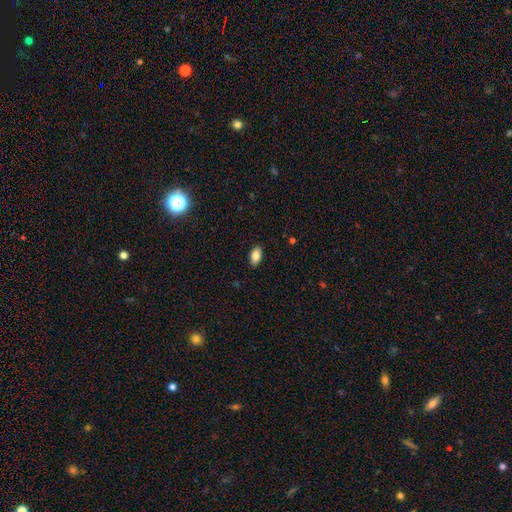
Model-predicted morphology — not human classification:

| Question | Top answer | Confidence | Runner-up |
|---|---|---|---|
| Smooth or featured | smooth | 85% | star or artifact (8%) |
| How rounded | in between | 92% | round (5%) |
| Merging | none | 88% | minor disturbance (9%) |